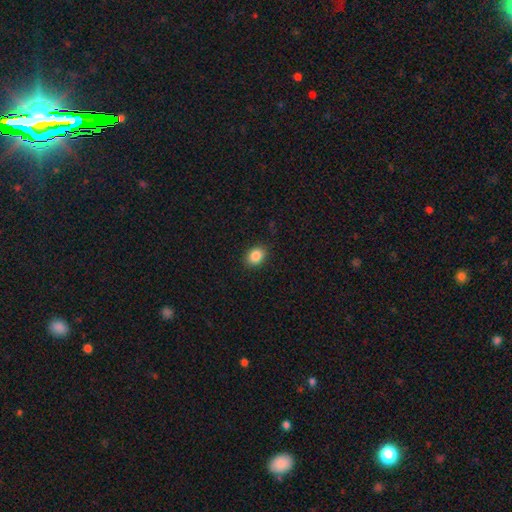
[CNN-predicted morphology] type=smooth (86%); roundness=in between (59%); merging=none (88%).